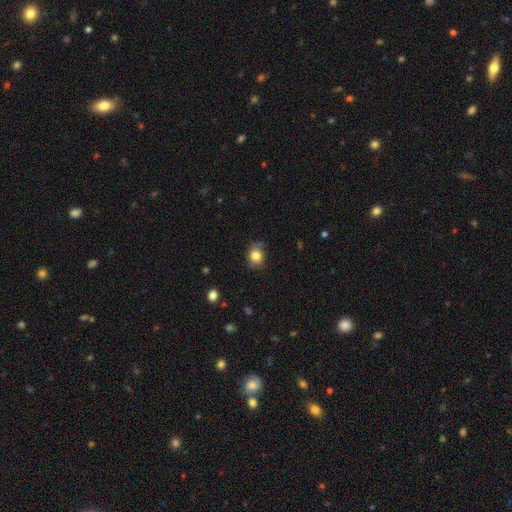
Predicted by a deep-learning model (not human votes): Overall: smooth (81%). How rounded: round (64%; in between 35%). Merging: none (71%).